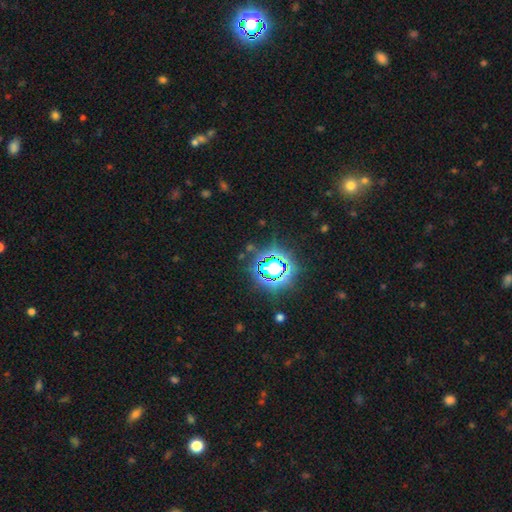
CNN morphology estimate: smooth-or-featured: star or artifact: 80% | smooth: 13% | featured or disk: 7%